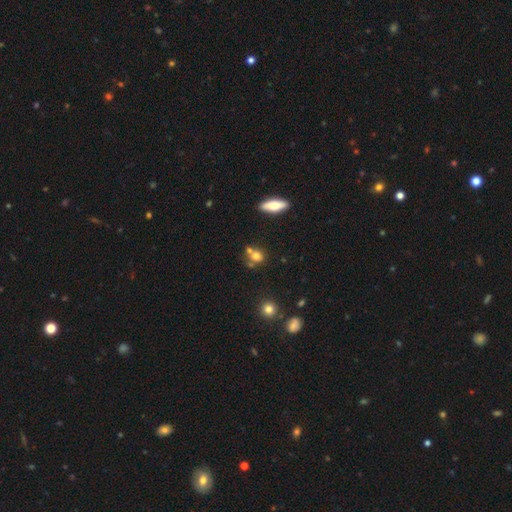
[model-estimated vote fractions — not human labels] A smooth galaxy with no disk features (72%) that is round (68%). Merging: none (44%).